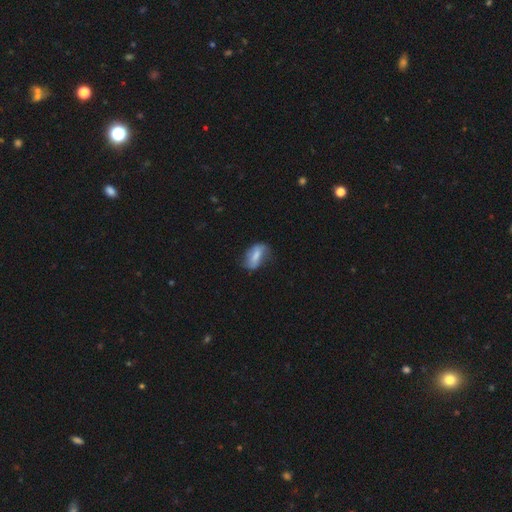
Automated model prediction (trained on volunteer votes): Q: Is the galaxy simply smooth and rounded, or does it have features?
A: smooth — 58%.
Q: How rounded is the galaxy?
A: in between — 83%.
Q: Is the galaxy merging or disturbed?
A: none — 54%.